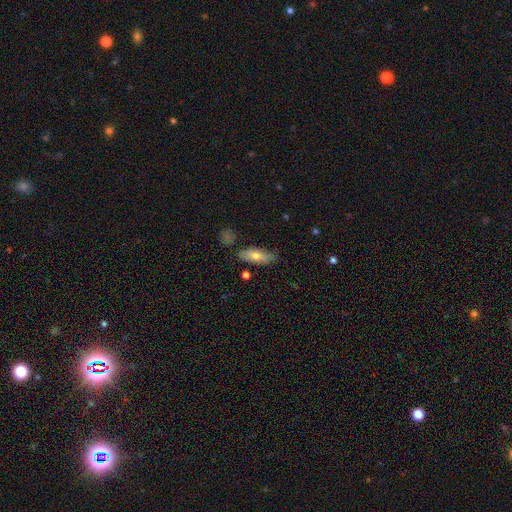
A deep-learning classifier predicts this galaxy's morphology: This appears to be a smooth galaxy with no disk features (69%) that is in between round and cigar-shaped (67%). Merging: none (80%).